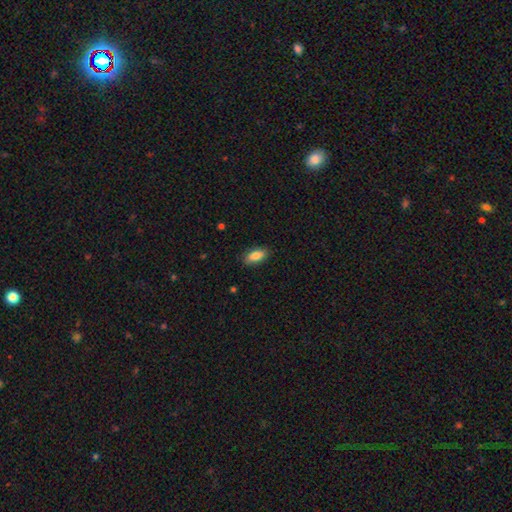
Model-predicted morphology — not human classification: A smooth galaxy with no disk features (84%) that is in between round and cigar-shaped (88%).

Vote fractions:
- Smooth or featured? smooth: 84% / featured or disk: 9% / star or artifact: 7%
- How rounded? in between: 88% / cigar-shaped: 9% / round: 3%
- Merging? none: 87% / minor disturbance: 10% / major disturbance: 2% / merger: 1%